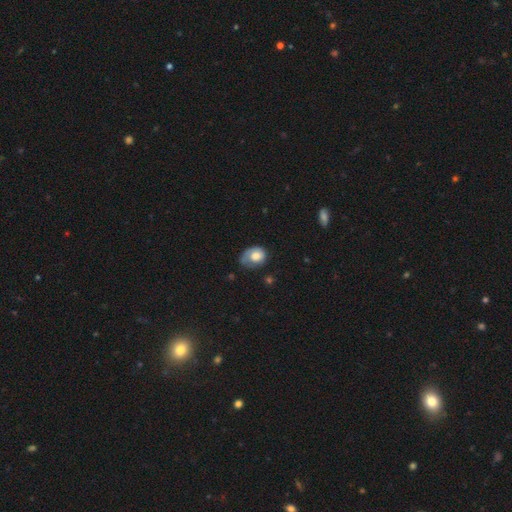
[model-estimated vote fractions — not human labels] Smooth or featured?
  - smooth: 62% *
  - featured or disk: 31%
  - star or artifact: 7%
How rounded?
  - in between: 57% *
  - round: 42%
  - cigar-shaped: 1%
Merging?
  - none: 42% *
  - minor disturbance: 33%
  - major disturbance: 22%
  - merger: 3%